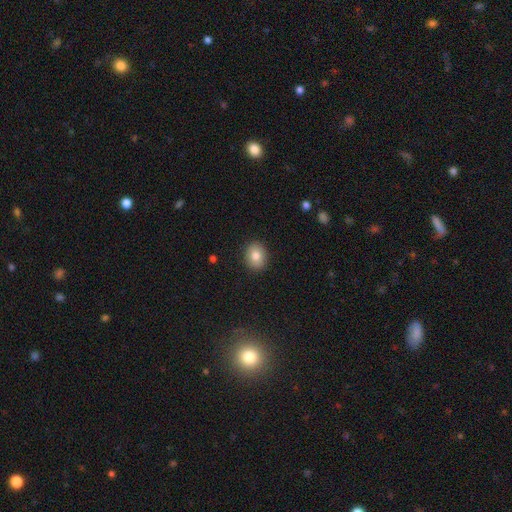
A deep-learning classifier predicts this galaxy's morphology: A smooth galaxy with no disk features (82%) that is round (58%).

Vote fractions:
- Smooth or featured? smooth: 82% / star or artifact: 9% / featured or disk: 9%
- How rounded? round: 58% / in between: 41% / cigar-shaped: 1%
- Merging? none: 90% / minor disturbance: 7% / major disturbance: 2% / merger: 1%